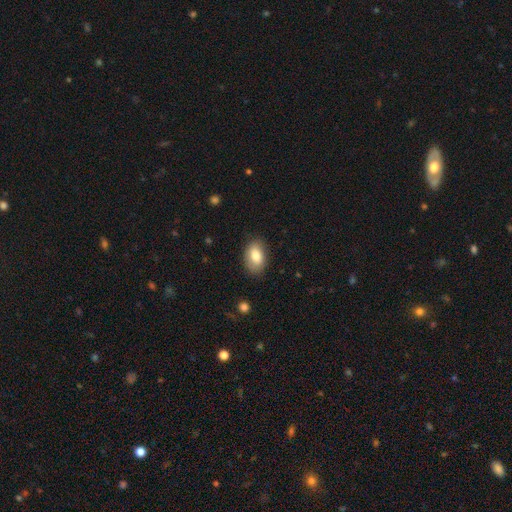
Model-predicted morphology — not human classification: A smooth galaxy with no disk features (82%) that is in between round and cigar-shaped (90%).

Vote fractions:
- Smooth or featured? smooth: 82% / featured or disk: 11% / star or artifact: 7%
- How rounded? in between: 90% / round: 9% / cigar-shaped: 1%
- Merging? none: 82% / minor disturbance: 14% / major disturbance: 3% / merger: 1%